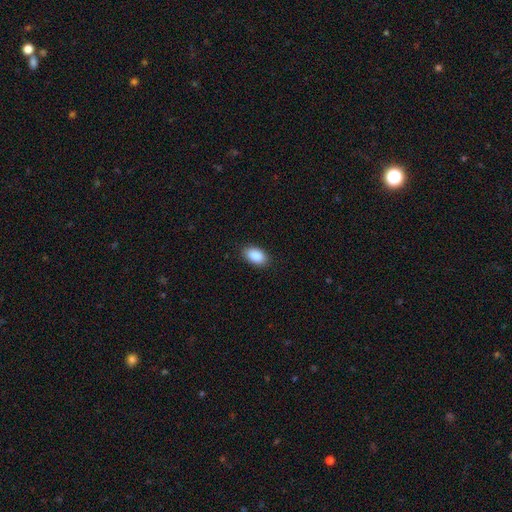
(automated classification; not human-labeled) A smooth galaxy with no disk features (90%) that is in between round and cigar-shaped (93%).

Vote fractions:
- Smooth or featured? smooth: 90% / star or artifact: 6% / featured or disk: 3%
- How rounded? in between: 93% / round: 5% / cigar-shaped: 2%
- Merging? none: 88% / minor disturbance: 9% / major disturbance: 2% / merger: 1%